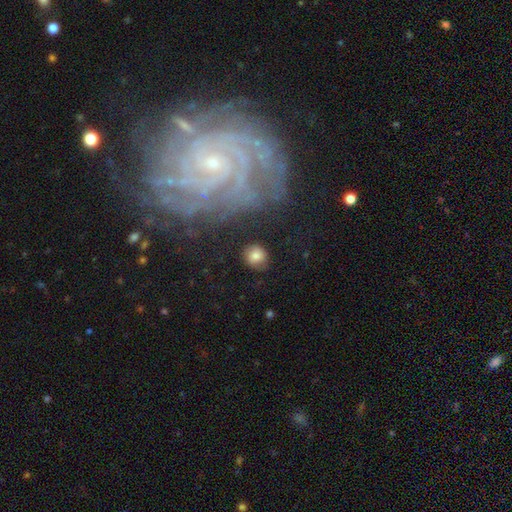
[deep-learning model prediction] This appears to be a smooth galaxy with no disk features (78%) that is round (83%). Merging: none (80%).